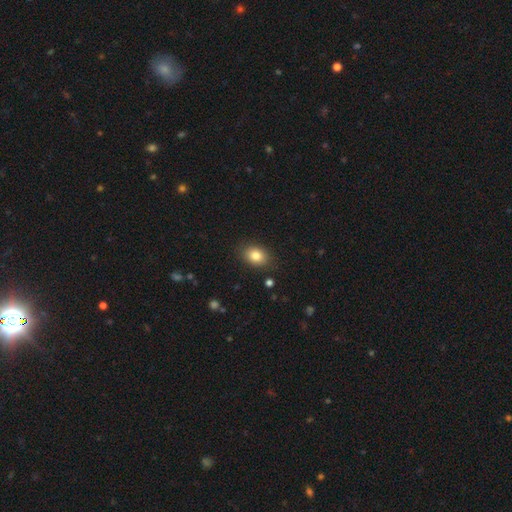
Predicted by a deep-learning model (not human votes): Overall: smooth (83%). How rounded: in between (68%; round 31%). Merging: none (86%).